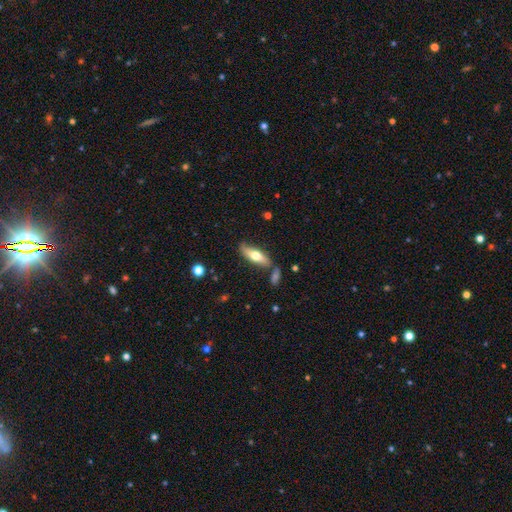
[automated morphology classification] Smooth or featured: smooth — 59% (featured or disk — 36%)
How rounded: in between — 54% (cigar-shaped — 44%)
Merging: none — 74% (minor disturbance — 15%)